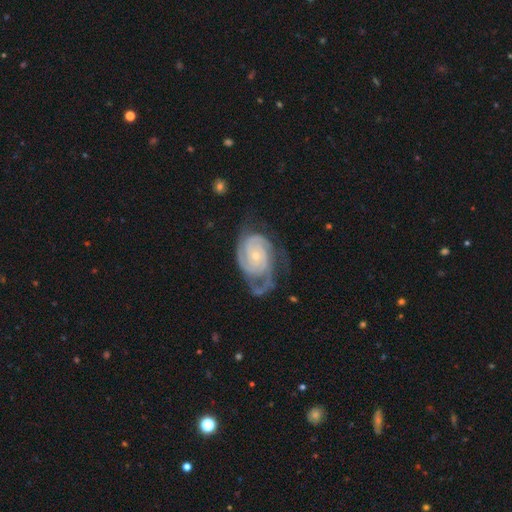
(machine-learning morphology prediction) Smooth or featured: featured or disk — 90% (smooth — 5%)
Edge-on disk: no — 98% (yes — 2%)
Bar: no — 75% (weak — 20%)
Spiral arms: yes — 98% (no — 2%)
Spiral winding: tight — 70% (medium — 25%)
Spiral arm count: 2 — 46% (3 — 26%)
Bulge size: small — 75% (moderate — 21%)
Merging: none — 51% (minor disturbance — 25%)